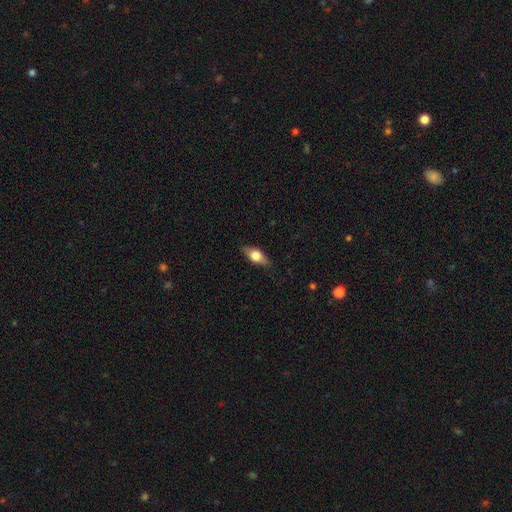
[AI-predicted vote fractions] Morphology: type=smooth (55%); roundness=in between (74%); merging=none (82%).